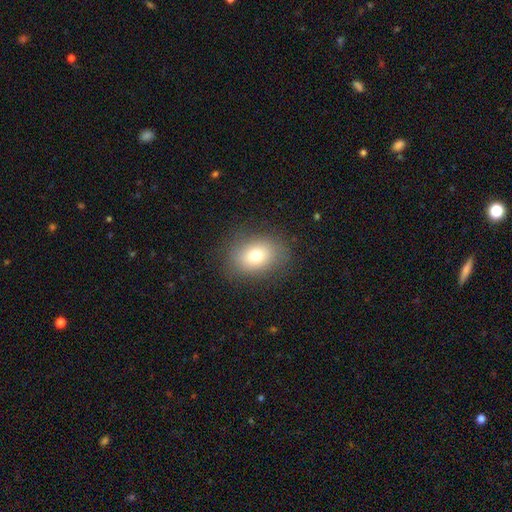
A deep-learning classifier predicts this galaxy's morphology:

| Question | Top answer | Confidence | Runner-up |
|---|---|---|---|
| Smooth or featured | smooth | 75% | featured or disk (13%) |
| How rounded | in between | 53% | round (46%) |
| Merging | none | 83% | minor disturbance (11%) |